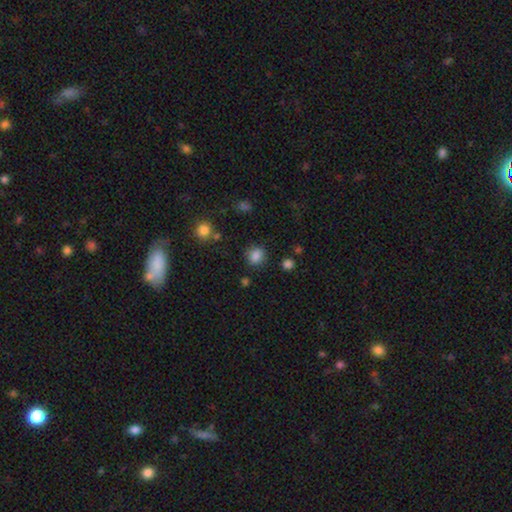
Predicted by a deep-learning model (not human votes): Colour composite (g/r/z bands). It shows a smooth galaxy with no disk features (84%) that is round (70%). Merging: none (83%).